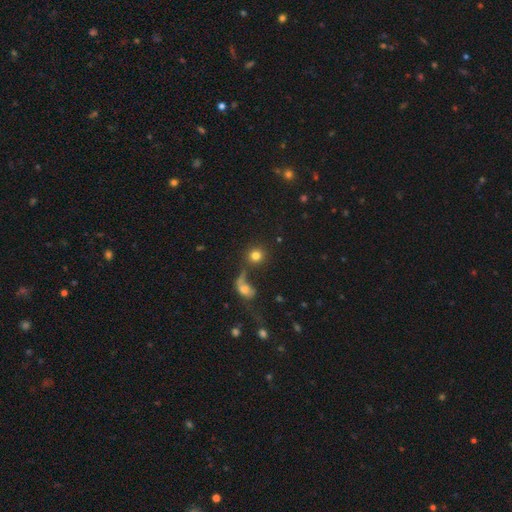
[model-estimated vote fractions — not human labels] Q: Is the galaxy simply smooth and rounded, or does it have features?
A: smooth — 78%.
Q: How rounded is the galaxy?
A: round — 89%.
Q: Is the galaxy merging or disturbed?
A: none — 57%.